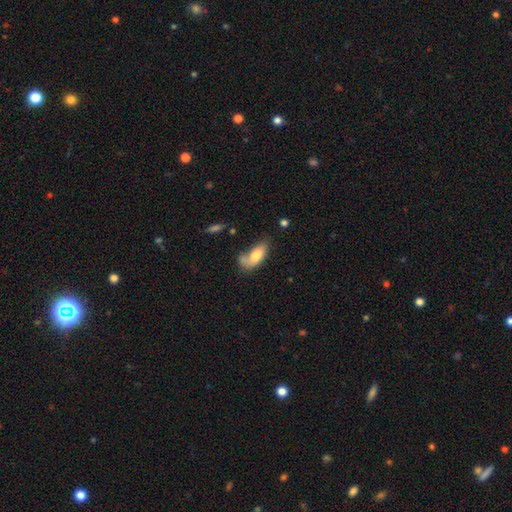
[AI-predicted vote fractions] A smooth galaxy with no disk features (75%) that is in between round and cigar-shaped (83%). Merging: none (38%).